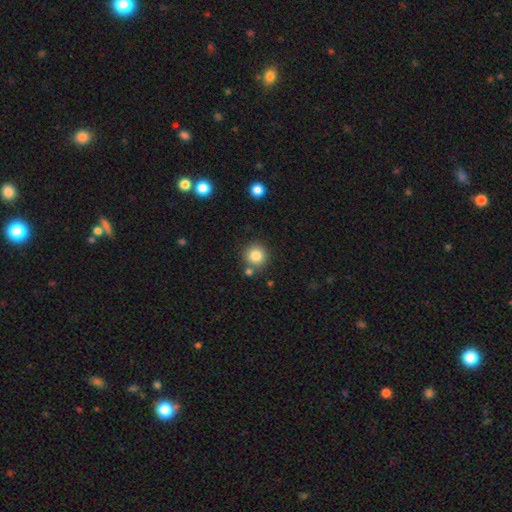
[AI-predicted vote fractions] smooth_or_featured: smooth (p=0.82) [alt: star or artifact p=0.11]
how_rounded: round (p=0.93) [alt: in between p=0.06]
merging: none (p=0.79) [alt: merger p=0.10]